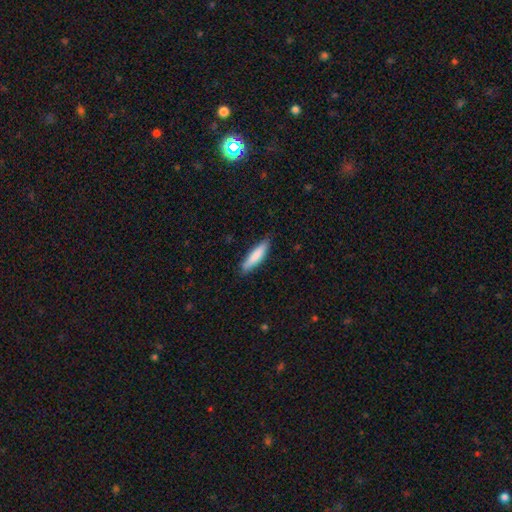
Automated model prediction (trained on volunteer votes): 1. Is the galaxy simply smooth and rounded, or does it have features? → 82% smooth, 13% featured or disk, 5% star or artifact.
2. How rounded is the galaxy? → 76% cigar-shaped, 23% in between, 1% round.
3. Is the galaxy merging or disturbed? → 83% none, 13% minor disturbance, 2% major disturbance, 1% merger.